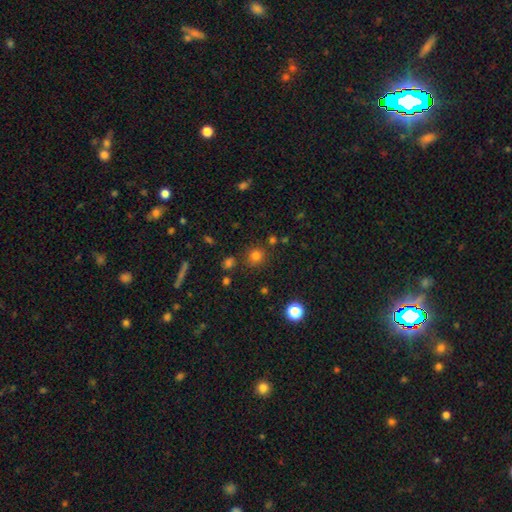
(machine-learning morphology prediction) The model was most divided on "smooth or featured": smooth: 77%, star or artifact: 17%, featured or disk: 6%. More confident: how rounded — round (88%); merging — none (81%).